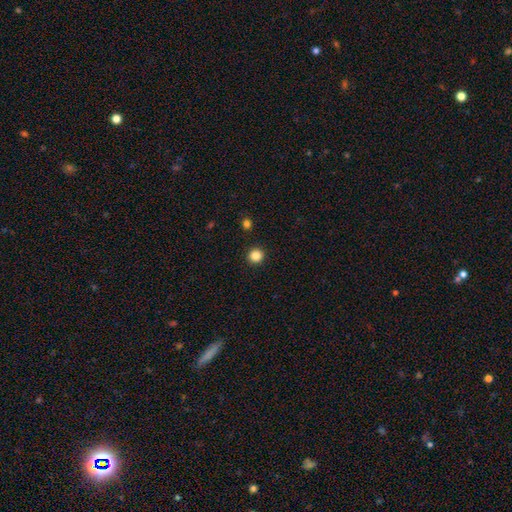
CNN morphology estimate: A smooth galaxy with no disk features (86%) that is round (94%). Merging: none (93%).